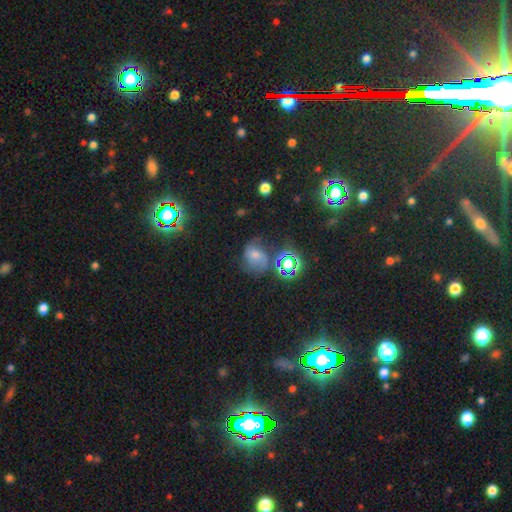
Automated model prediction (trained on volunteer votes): A smooth galaxy with no disk features (45%). Merging: none (45%).